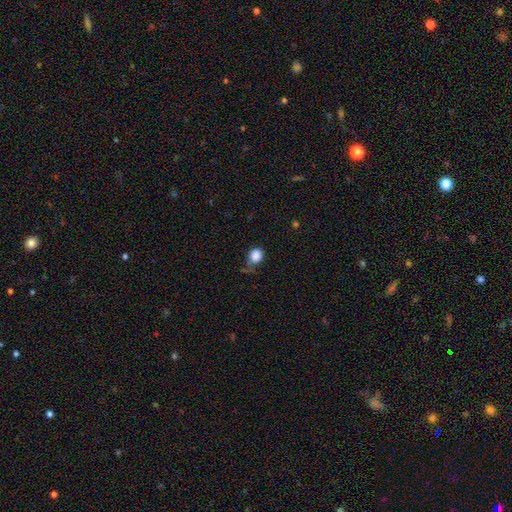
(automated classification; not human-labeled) A smooth galaxy with no disk features (86%) that is round (60%). Merging: none (52%).